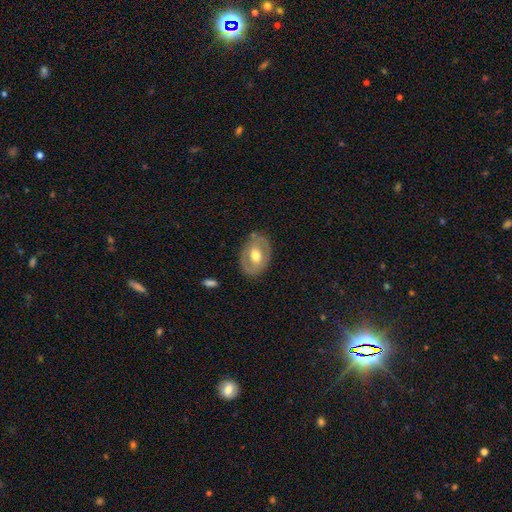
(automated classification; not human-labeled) A featured or disk galaxy (55%) with no bar (44%), no spiral arms (63%) and a moderate central bulge (73%). Merging: none (79%).